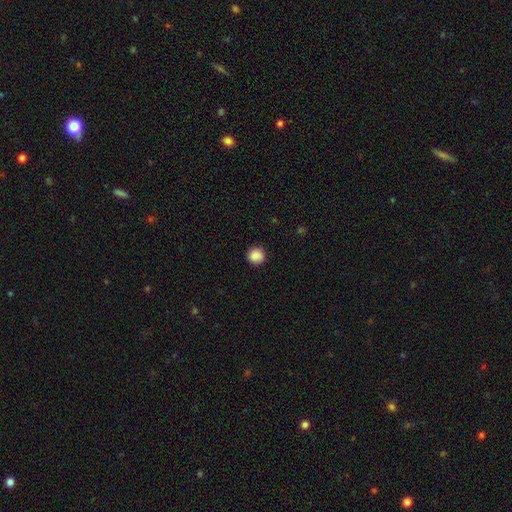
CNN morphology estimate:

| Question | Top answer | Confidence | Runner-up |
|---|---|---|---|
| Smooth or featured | smooth | 88% | star or artifact (9%) |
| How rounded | round | 92% | in between (7%) |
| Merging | none | 89% | minor disturbance (8%) |